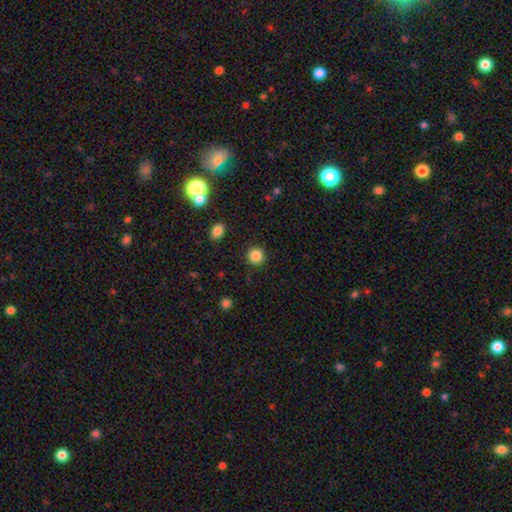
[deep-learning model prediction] smooth-or-featured: smooth: 86% | star or artifact: 11% | featured or disk: 3%
  how-rounded: round: 93% | in between: 6% | cigar-shaped: 1%
  merging: none: 91% | minor disturbance: 6% | major disturbance: 2% | merger: 1%